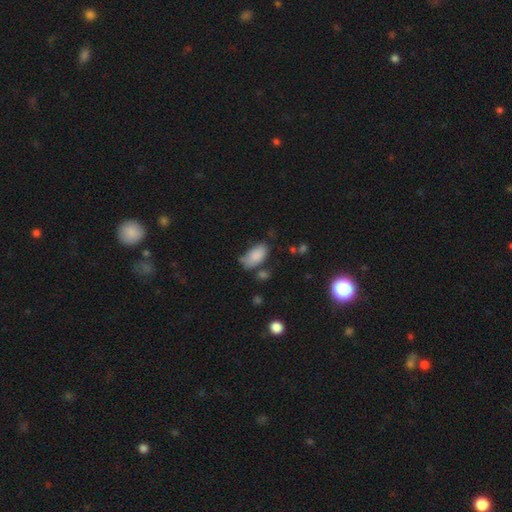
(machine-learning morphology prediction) Smooth or featured?
  - smooth: 85% *
  - star or artifact: 8%
  - featured or disk: 8%
How rounded?
  - in between: 93% *
  - cigar-shaped: 4%
  - round: 3%
Merging?
  - none: 56% *
  - minor disturbance: 27%
  - merger: 9%
  - major disturbance: 8%